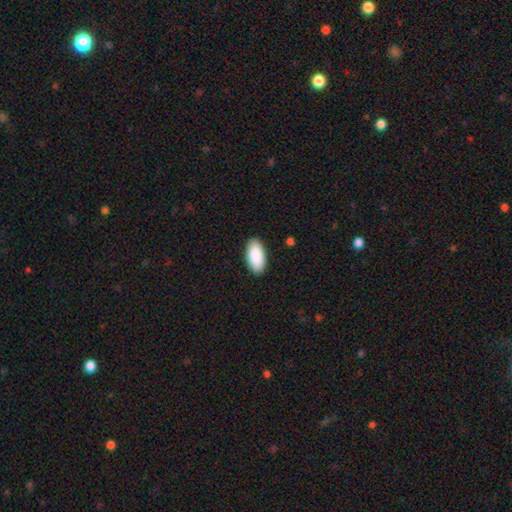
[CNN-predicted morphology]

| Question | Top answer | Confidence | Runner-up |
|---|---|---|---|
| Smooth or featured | smooth | 90% | star or artifact (6%) |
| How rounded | in between | 94% | cigar-shaped (4%) |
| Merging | none | 89% | minor disturbance (8%) |